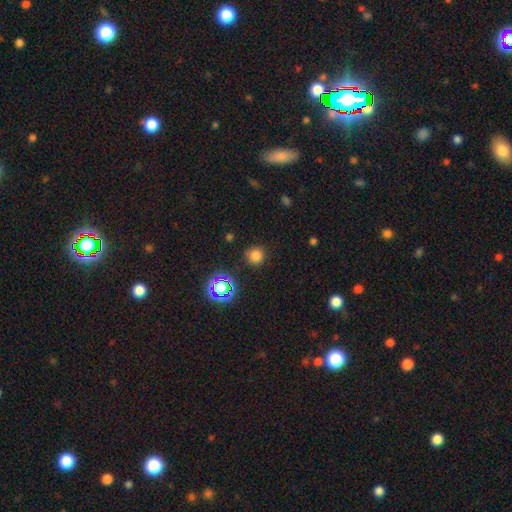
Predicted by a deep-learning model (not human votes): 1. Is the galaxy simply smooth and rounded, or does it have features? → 75% smooth, 20% star or artifact, 5% featured or disk.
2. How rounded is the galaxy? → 93% round, 6% in between, 1% cigar-shaped.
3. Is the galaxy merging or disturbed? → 85% none, 9% minor disturbance, 3% major disturbance, 2% merger.